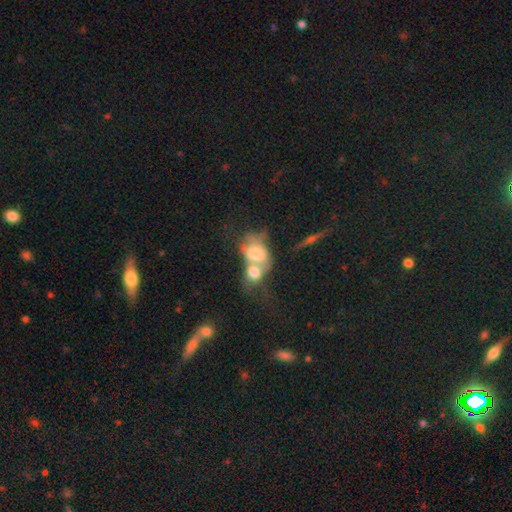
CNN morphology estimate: A smooth galaxy with no disk features (51%) that is in between round and cigar-shaped (67%). Merging: merger (71%).